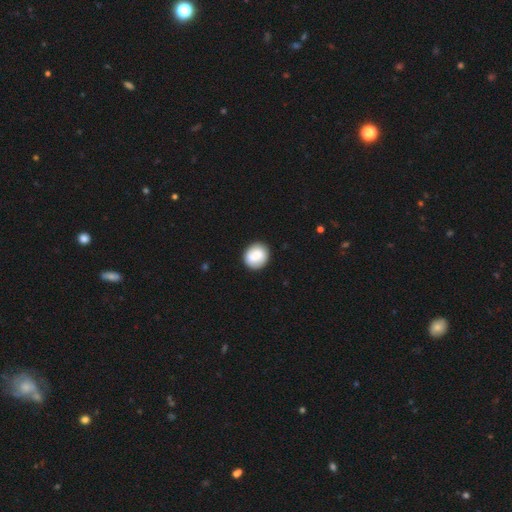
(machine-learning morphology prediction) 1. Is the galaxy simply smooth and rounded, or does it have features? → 82% smooth, 11% featured or disk, 7% star or artifact.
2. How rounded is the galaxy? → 74% round, 25% in between, 1% cigar-shaped.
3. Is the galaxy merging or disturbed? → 86% none, 11% minor disturbance, 3% major disturbance, 1% merger.